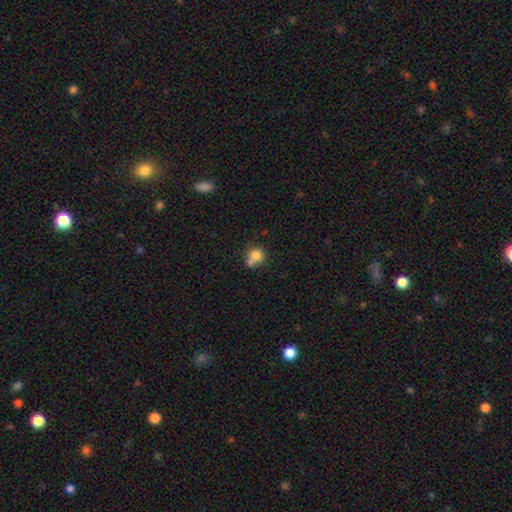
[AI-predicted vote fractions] Q: Smooth or featured?
A: smooth (79%); runner-up: featured or disk (11%)
Q: How rounded?
A: round (86%); runner-up: in between (13%)
Q: Merging?
A: none (45%); runner-up: merger (41%)